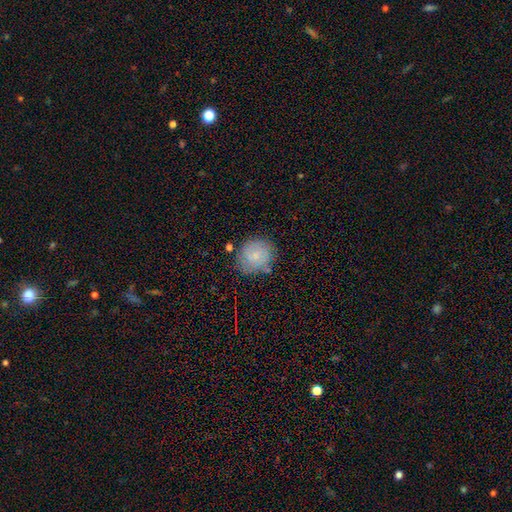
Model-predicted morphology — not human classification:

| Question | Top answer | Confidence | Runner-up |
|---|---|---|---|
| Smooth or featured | smooth | 70% | featured or disk (22%) |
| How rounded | round | 80% | in between (19%) |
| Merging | none | 73% | minor disturbance (18%) |